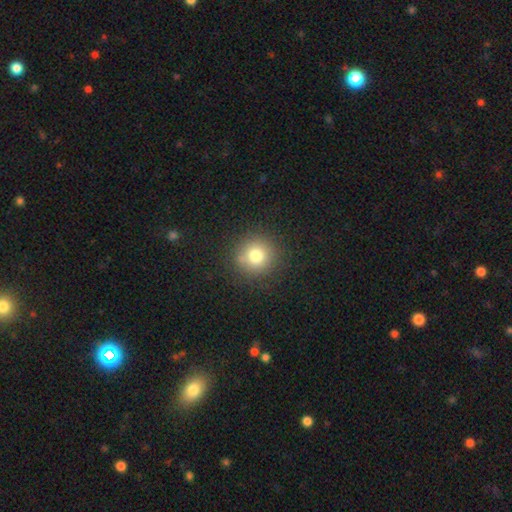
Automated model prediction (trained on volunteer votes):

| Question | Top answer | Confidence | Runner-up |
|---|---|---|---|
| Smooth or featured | smooth | 76% | star or artifact (14%) |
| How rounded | round | 92% | in between (7%) |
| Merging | none | 85% | minor disturbance (9%) |